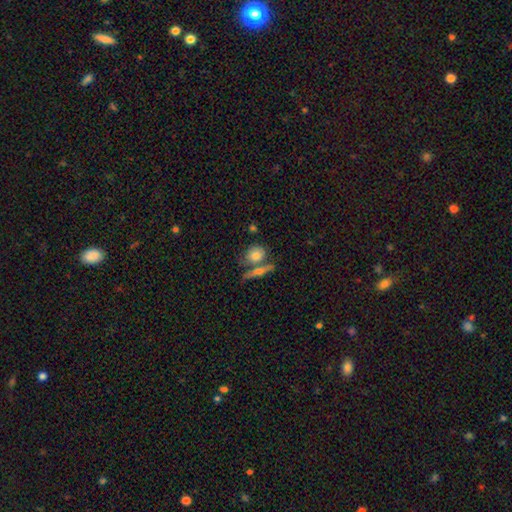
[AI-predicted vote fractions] Q: Smooth or featured?
A: smooth (74%); runner-up: featured or disk (19%)
Q: How rounded?
A: round (52%); runner-up: in between (40%)
Q: Merging?
A: none (54%); runner-up: merger (29%)